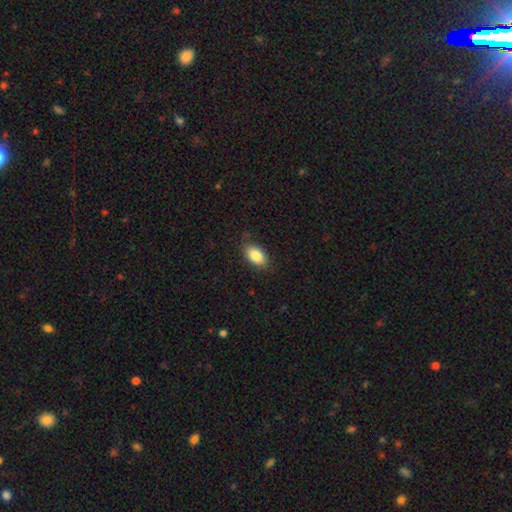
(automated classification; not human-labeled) smooth 85%, featured or disk 8%, star or artifact 7%. Down the decision tree: how rounded — in between (91%); merging — none (82%).